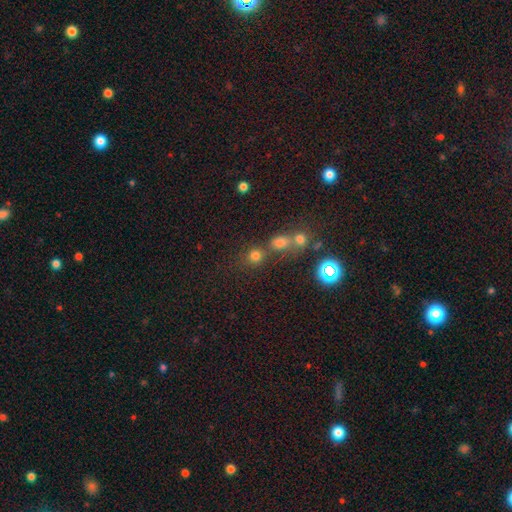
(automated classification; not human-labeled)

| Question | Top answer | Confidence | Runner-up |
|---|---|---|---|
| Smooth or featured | smooth | 72% | star or artifact (21%) |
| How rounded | round | 83% | in between (16%) |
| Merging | none | 58% | merger (27%) |